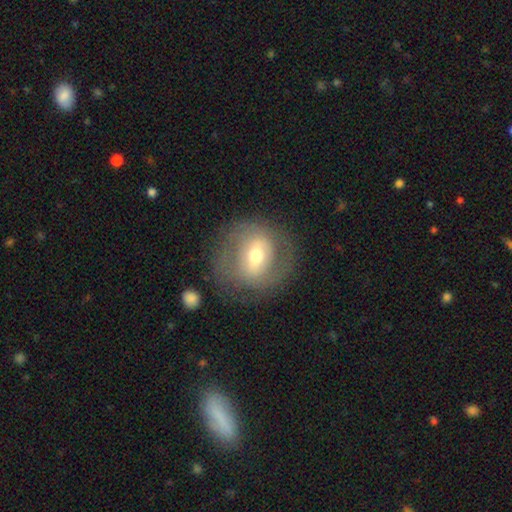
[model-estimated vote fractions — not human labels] Morphology: type=featured or disk (57%); edge-on=no (94%); bar=weak (41%); spiral arms=no (52%); bulge=moderate (64%); merging=none (73%).